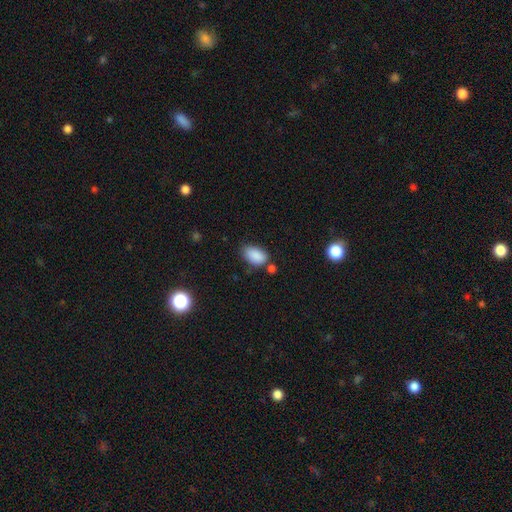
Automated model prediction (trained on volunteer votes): Q: Smooth or featured?
A: smooth (87%); runner-up: star or artifact (8%)
Q: How rounded?
A: in between (92%); runner-up: round (6%)
Q: Merging?
A: none (64%); runner-up: minor disturbance (22%)